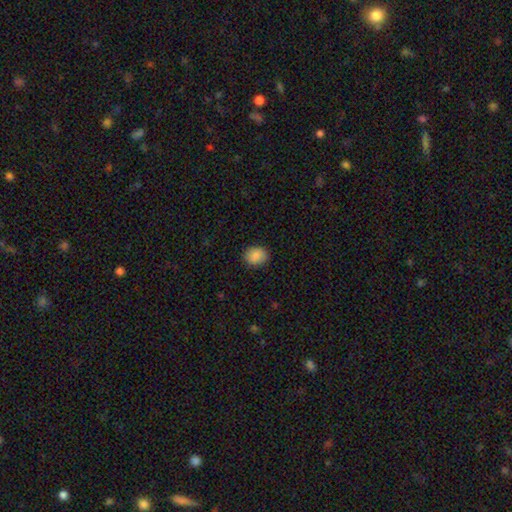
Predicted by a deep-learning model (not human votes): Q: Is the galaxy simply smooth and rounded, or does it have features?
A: smooth — 88%.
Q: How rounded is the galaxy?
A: round — 51%.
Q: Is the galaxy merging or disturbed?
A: none — 89%.